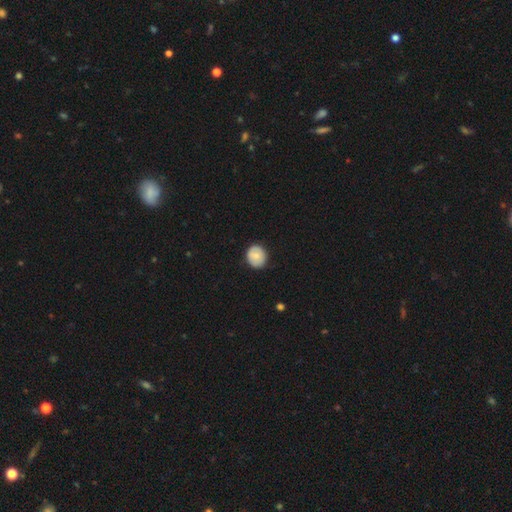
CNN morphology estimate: A smooth galaxy with no disk features (74%) that is round (73%). Merging: none (83%).